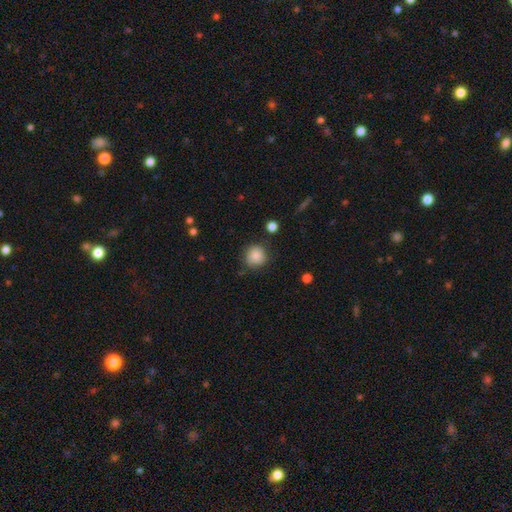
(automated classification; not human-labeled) This is clearly a smooth galaxy (82%). How rounded: clearly round (91%). Merging: likely none (78%).